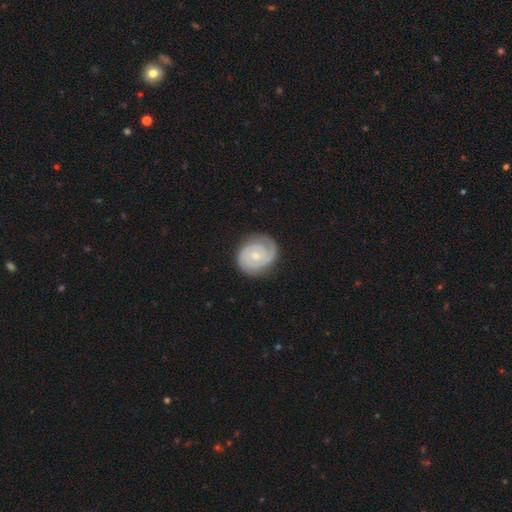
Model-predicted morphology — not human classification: type=featured or disk (84%); edge-on=no (98%); bar=no (67%); spiral arms=yes (96%); winding=tight (74%); arm count=2 (66%); bulge=small (54%); merging=none (79%).